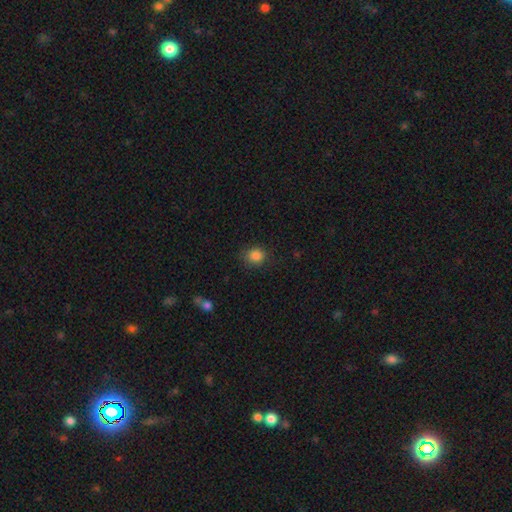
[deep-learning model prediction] A smooth galaxy with no disk features (85%) that is round (78%).

Vote fractions:
- Smooth or featured? smooth: 85% / star or artifact: 11% / featured or disk: 4%
- How rounded? round: 78% / in between: 21% / cigar-shaped: 1%
- Merging? none: 83% / minor disturbance: 12% / major disturbance: 4% / merger: 1%